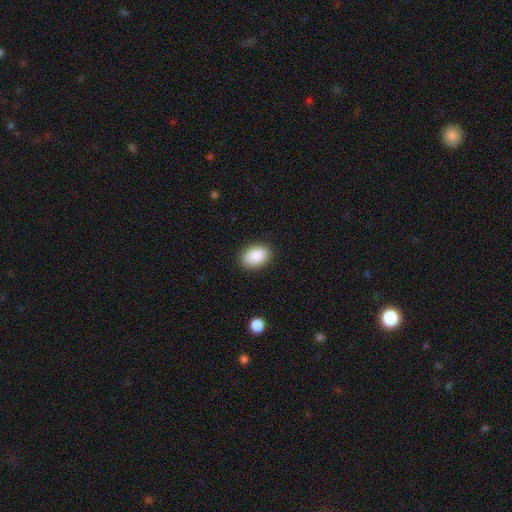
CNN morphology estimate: Smooth or featured: smooth — 90% (star or artifact — 7%)
How rounded: in between — 89% (round — 10%)
Merging: none — 89% (minor disturbance — 8%)